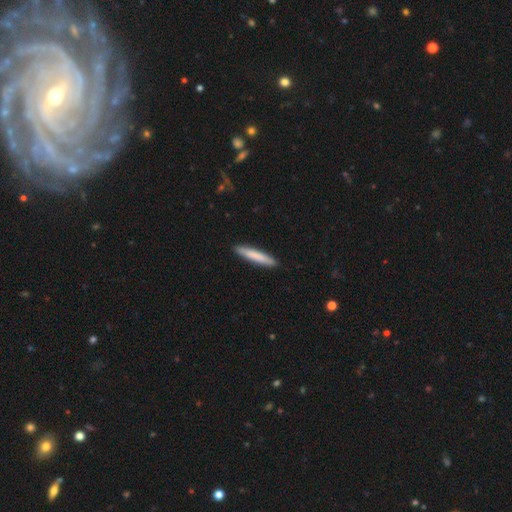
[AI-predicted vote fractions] Smooth or featured: smooth — 81% (featured or disk — 14%)
How rounded: cigar-shaped — 93% (in between — 6%)
Merging: none — 91% (minor disturbance — 6%)